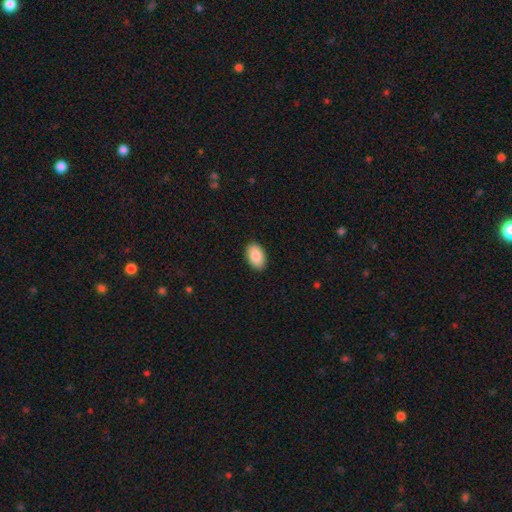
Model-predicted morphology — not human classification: Smooth or featured: smooth — 89% (star or artifact — 6%)
How rounded: in between — 93% (round — 6%)
Merging: none — 90% (minor disturbance — 7%)